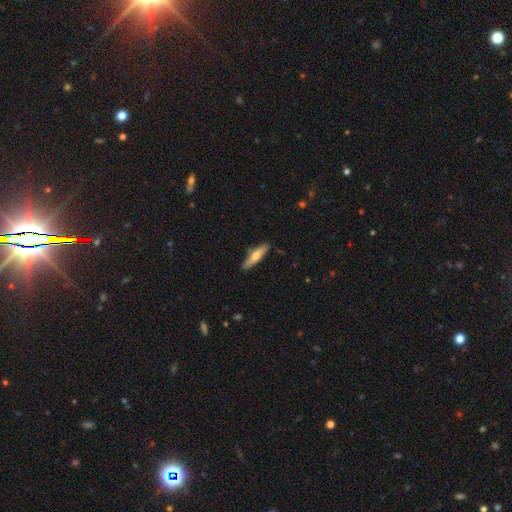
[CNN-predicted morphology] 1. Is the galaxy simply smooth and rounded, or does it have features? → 58% smooth, 36% featured or disk, 6% star or artifact.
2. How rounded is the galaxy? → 76% cigar-shaped, 22% in between, 2% round.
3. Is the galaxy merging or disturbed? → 85% none, 12% minor disturbance, 2% major disturbance, 2% merger.